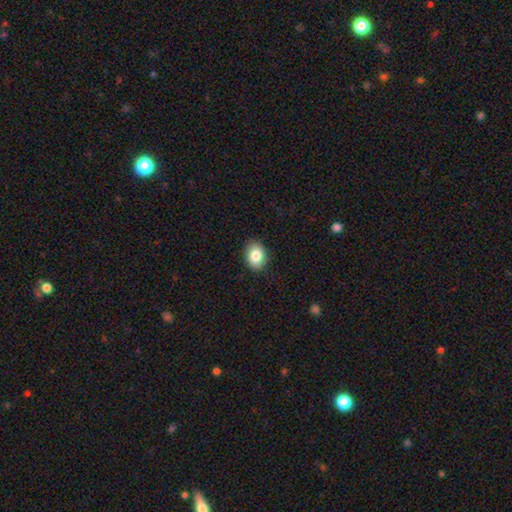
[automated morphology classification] Q: Smooth or featured?
A: smooth (84%); runner-up: star or artifact (8%)
Q: How rounded?
A: in between (65%); runner-up: round (34%)
Q: Merging?
A: none (89%); runner-up: minor disturbance (8%)